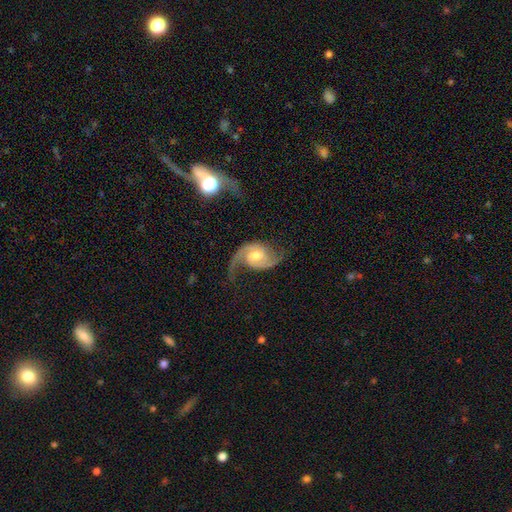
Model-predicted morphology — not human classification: Smooth or featured? featured or disk (89%)
Edge-on disk? no (97%)
Bar? no (46%)
Spiral arms? yes (97%)
Spiral winding? loose (49%)
Spiral arm count? 2 (90%)
Bulge size? moderate (68%)
Merging? none (65%)